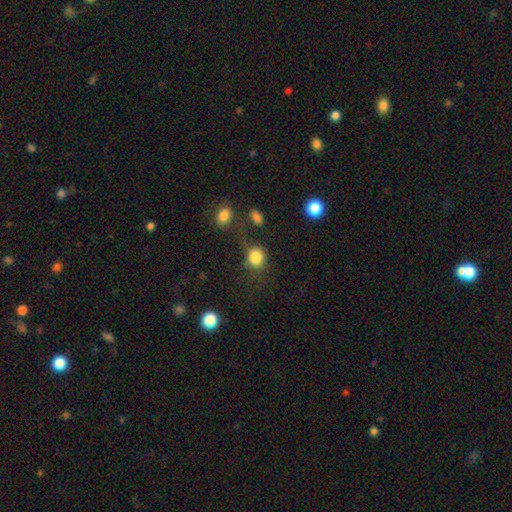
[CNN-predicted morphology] Smooth or featured?
  - smooth: 84% *
  - star or artifact: 10%
  - featured or disk: 5%
How rounded?
  - round: 66% *
  - in between: 33%
  - cigar-shaped: 1%
Merging?
  - none: 59% *
  - minor disturbance: 20%
  - major disturbance: 12%
  - merger: 8%